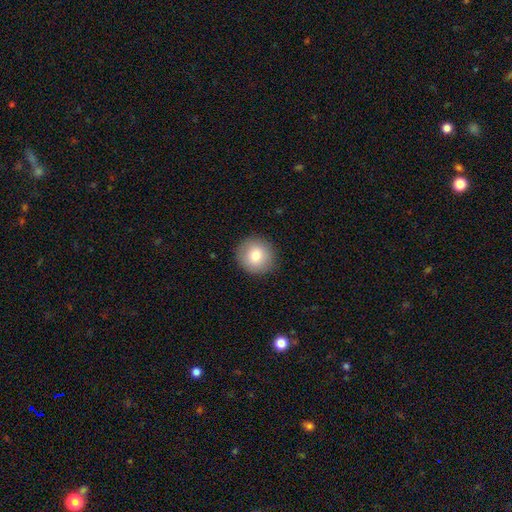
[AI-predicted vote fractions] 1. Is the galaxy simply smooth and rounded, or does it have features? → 80% smooth, 12% featured or disk, 8% star or artifact.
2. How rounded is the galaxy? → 93% round, 6% in between, 1% cigar-shaped.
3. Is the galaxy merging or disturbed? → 90% none, 7% minor disturbance, 2% major disturbance, 1% merger.